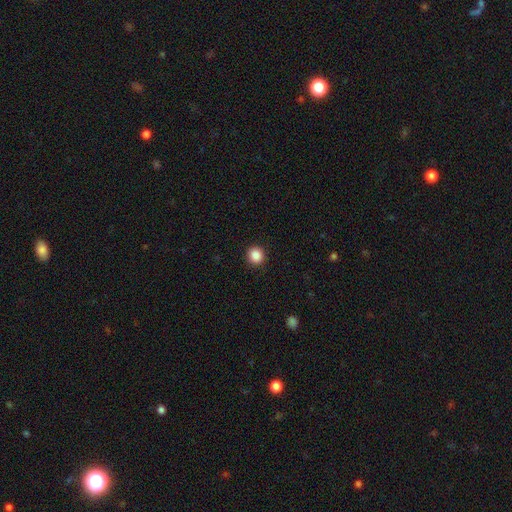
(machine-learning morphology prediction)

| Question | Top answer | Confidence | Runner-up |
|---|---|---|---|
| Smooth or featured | smooth | 88% | star or artifact (10%) |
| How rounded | round | 88% | in between (11%) |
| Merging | none | 91% | minor disturbance (6%) |